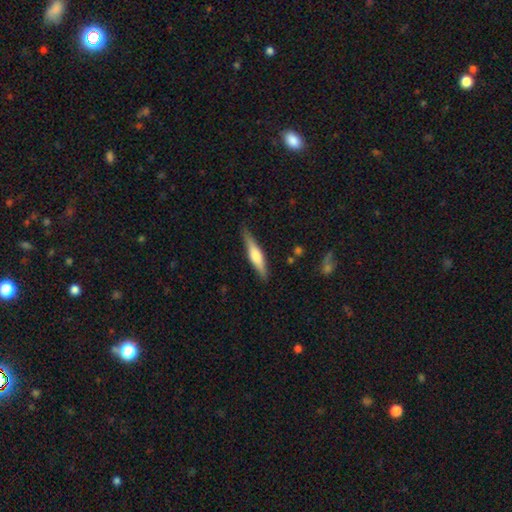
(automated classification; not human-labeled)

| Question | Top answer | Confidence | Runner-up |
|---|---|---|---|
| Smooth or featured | featured or disk | 52% | smooth (43%) |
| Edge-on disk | yes | 96% | no (4%) |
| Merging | none | 85% | minor disturbance (11%) |